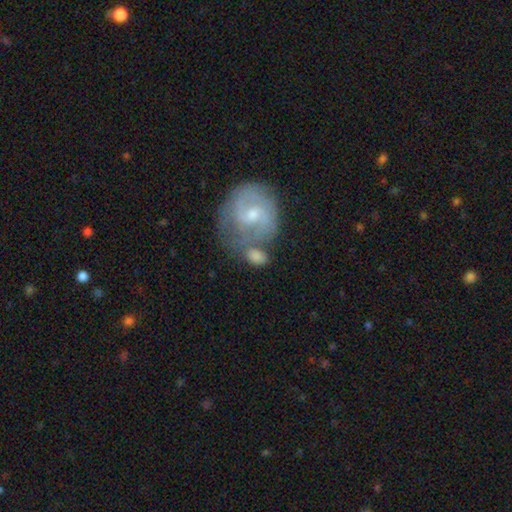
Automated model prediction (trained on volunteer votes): Smooth or featured? Predicted: smooth (p=0.50). How rounded? Predicted: in between (p=0.65). Merging? Predicted: none (p=0.47).